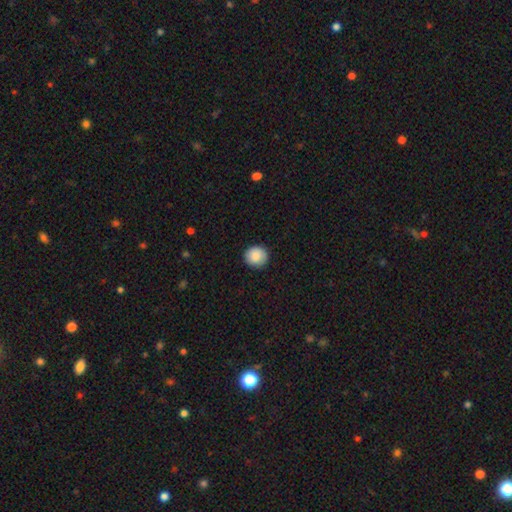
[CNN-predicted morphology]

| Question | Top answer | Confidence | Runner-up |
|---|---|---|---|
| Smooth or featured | smooth | 86% | star or artifact (8%) |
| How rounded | round | 89% | in between (10%) |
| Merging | none | 89% | minor disturbance (8%) |